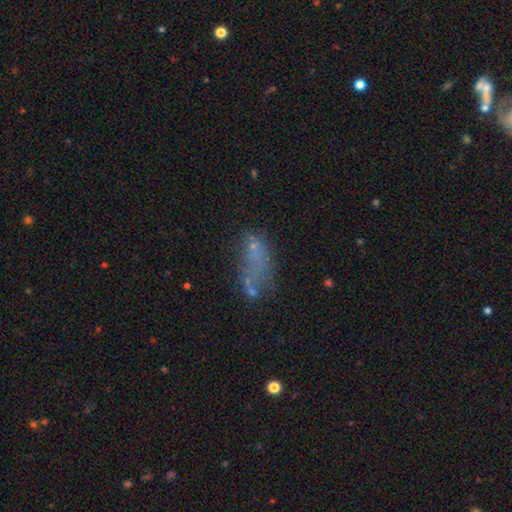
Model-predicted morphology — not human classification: Smooth or featured? smooth (46%)
Merging? none (37%)